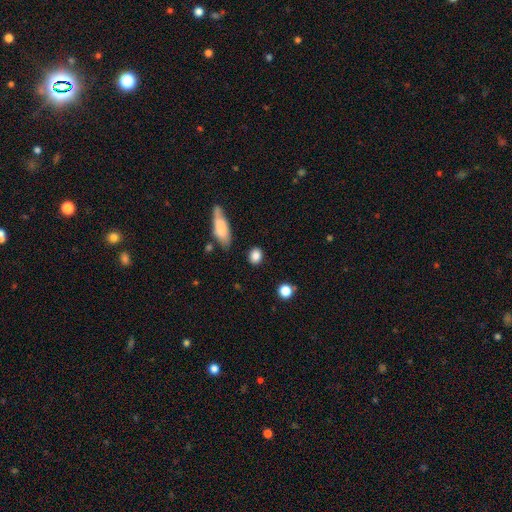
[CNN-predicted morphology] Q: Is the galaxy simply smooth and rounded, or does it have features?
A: smooth — 86%.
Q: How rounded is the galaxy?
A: round — 53%.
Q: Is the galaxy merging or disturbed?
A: none — 83%.